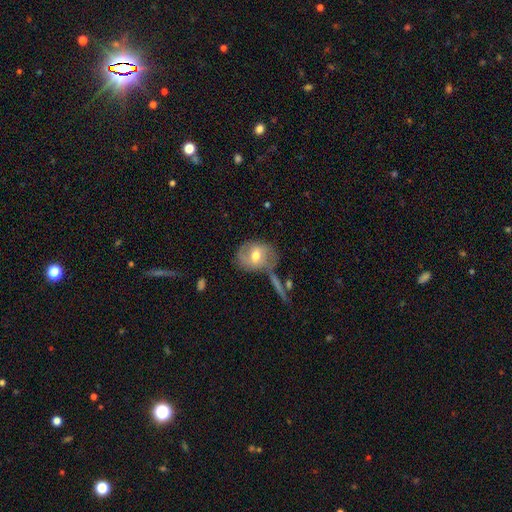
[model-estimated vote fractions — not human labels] This is possibly a featured or disk galaxy (49%). Merging: possibly none (58%).